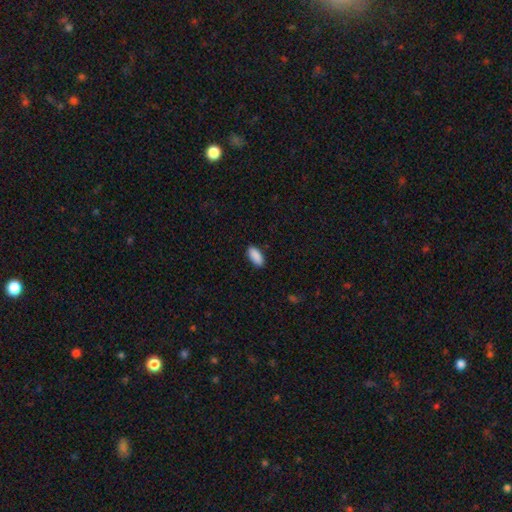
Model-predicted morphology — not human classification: This appears to be a smooth galaxy with no disk features (91%) that is in between round and cigar-shaped (90%). Merging: none (89%).